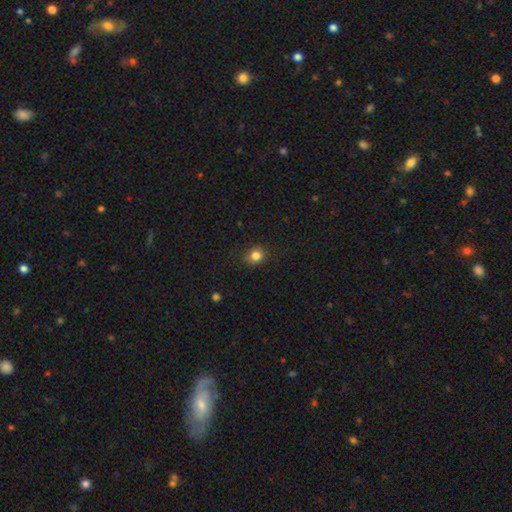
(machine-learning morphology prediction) Smooth or featured? Predicted: smooth (p=0.84). How rounded? Predicted: round (p=0.77). Merging? Predicted: none (p=0.86).